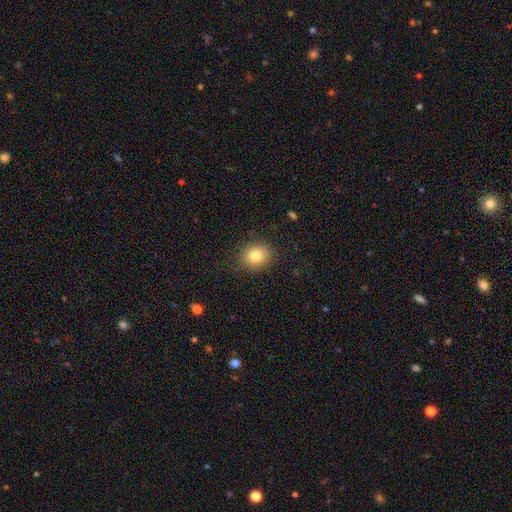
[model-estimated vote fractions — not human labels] Smooth or featured? smooth (81%)
How rounded? round (66%)
Merging? none (86%)